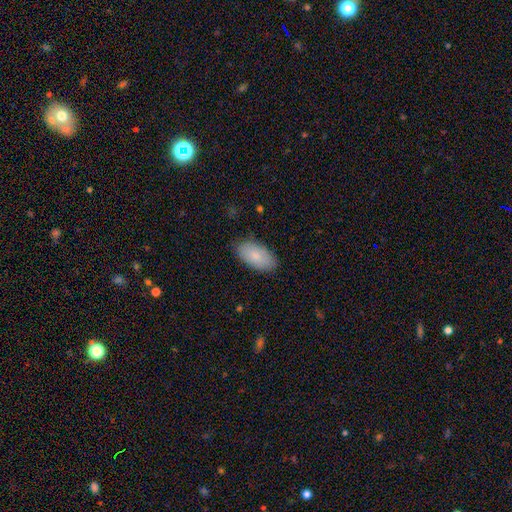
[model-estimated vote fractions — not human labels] Smooth or featured? smooth (83%)
How rounded? in between (95%)
Merging? none (85%)